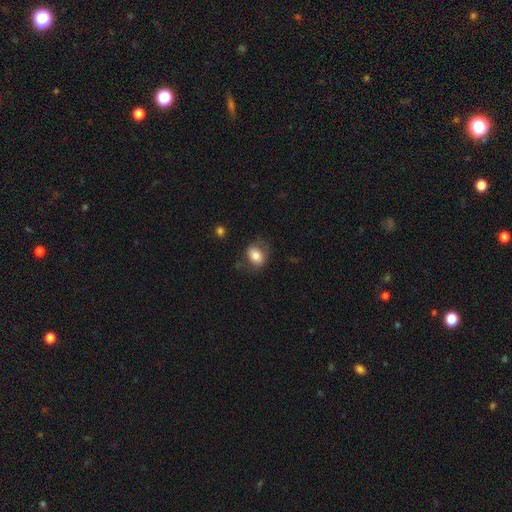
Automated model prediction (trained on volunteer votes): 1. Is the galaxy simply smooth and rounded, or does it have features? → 77% smooth, 15% featured or disk, 8% star or artifact.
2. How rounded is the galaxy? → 67% in between, 31% round, 1% cigar-shaped.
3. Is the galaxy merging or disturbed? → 64% none, 22% minor disturbance, 12% major disturbance, 2% merger.